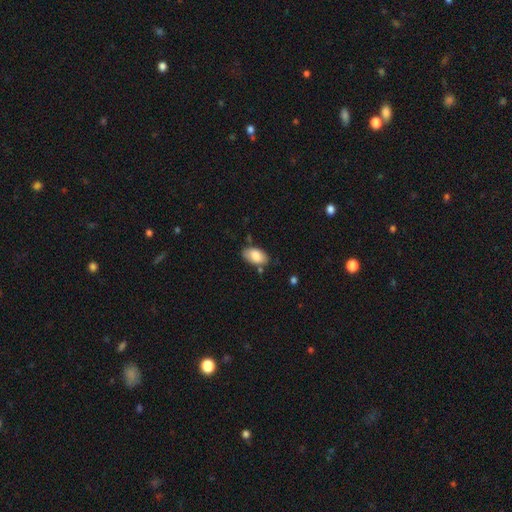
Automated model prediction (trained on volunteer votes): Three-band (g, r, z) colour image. It shows a smooth galaxy with no disk features (82%) that is in between round and cigar-shaped (94%). Merging: none (72%).